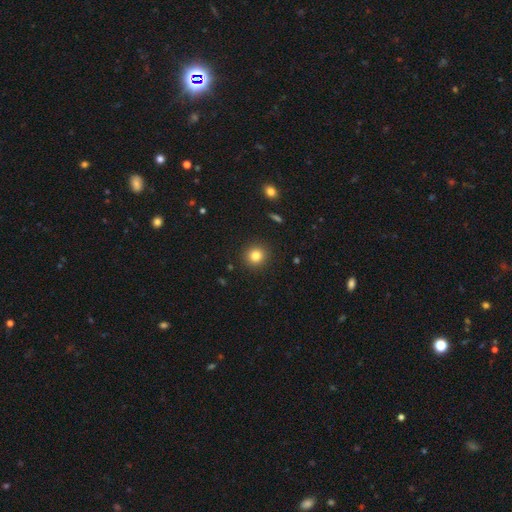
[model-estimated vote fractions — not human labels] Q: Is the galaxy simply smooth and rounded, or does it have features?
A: smooth — 82%.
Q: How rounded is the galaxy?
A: round — 93%.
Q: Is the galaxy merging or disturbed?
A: none — 92%.